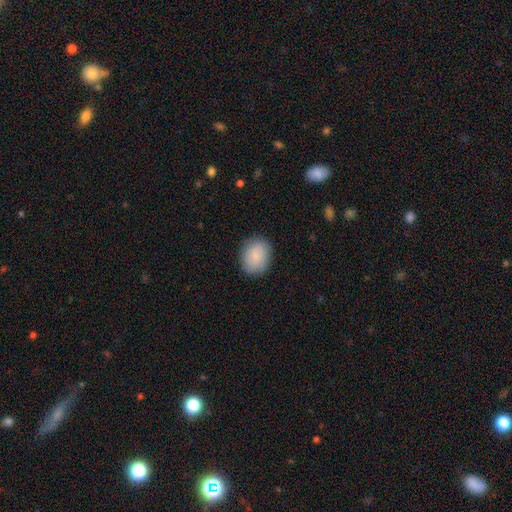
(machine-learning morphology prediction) Smooth or featured? Predicted: smooth (p=0.87). How rounded? Predicted: in between (p=0.59). Merging? Predicted: none (p=0.85).